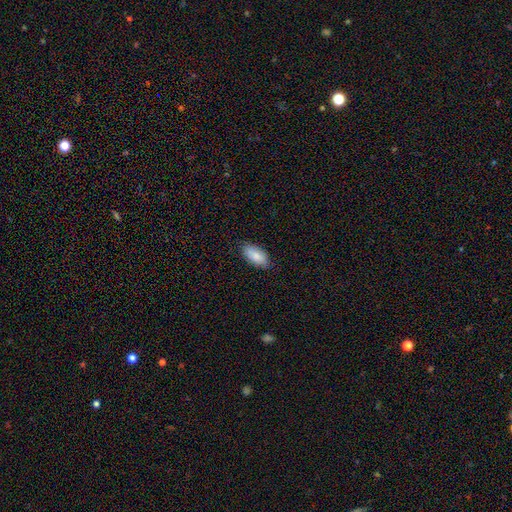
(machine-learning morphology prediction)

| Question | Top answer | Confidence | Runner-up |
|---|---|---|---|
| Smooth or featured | smooth | 85% | featured or disk (9%) |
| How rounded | in between | 91% | cigar-shaped (7%) |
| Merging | none | 85% | minor disturbance (12%) |